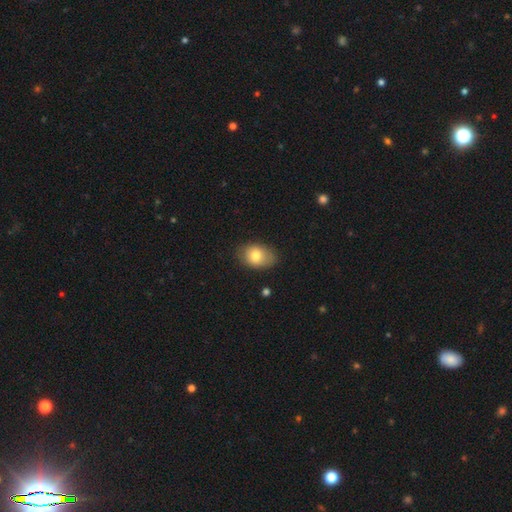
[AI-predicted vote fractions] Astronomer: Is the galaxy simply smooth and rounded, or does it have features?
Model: smooth — 79%.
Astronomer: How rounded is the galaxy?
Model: in between — 79%.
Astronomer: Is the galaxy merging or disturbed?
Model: none — 76%.